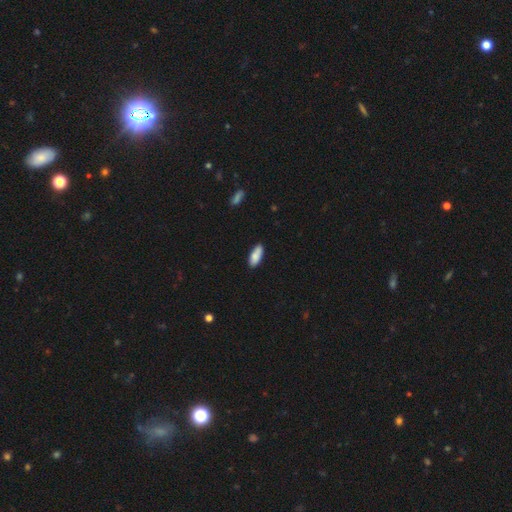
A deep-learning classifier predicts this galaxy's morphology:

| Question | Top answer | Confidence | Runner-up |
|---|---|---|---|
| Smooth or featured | smooth | 85% | featured or disk (9%) |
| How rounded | in between | 78% | cigar-shaped (20%) |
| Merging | none | 83% | minor disturbance (13%) |